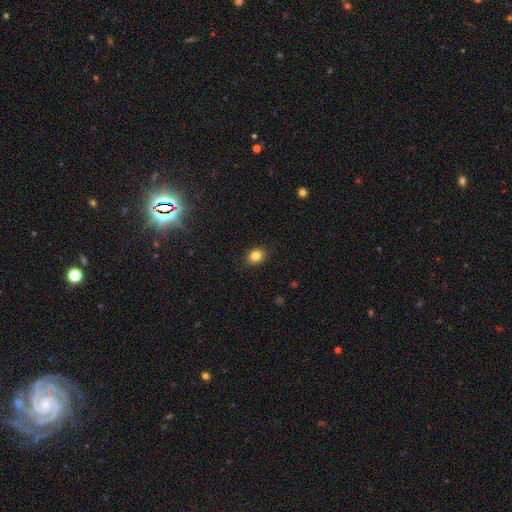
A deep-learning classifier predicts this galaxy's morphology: Smooth or featured? Predicted: smooth (p=0.83). How rounded? Predicted: in between (p=0.50). Merging? Predicted: none (p=0.90).